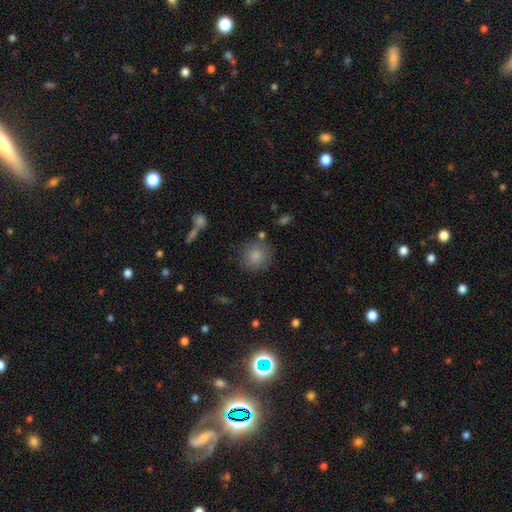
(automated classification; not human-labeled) This is clearly a smooth galaxy (85%). How rounded: clearly round (89%). Merging: likely none (78%).